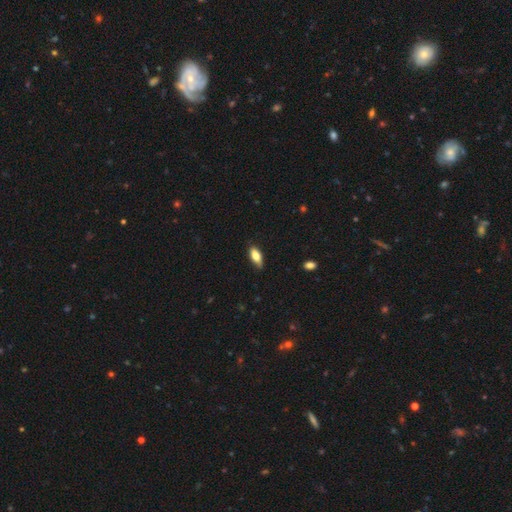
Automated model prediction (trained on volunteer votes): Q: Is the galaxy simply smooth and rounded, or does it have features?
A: smooth — 78%.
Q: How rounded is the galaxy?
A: in between — 81%.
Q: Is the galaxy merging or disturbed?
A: none — 79%.